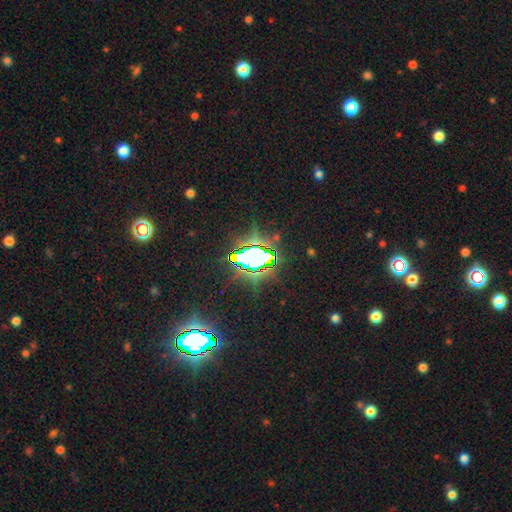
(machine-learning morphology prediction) smooth_or_featured: star or artifact (p=0.75) [alt: smooth p=0.15]